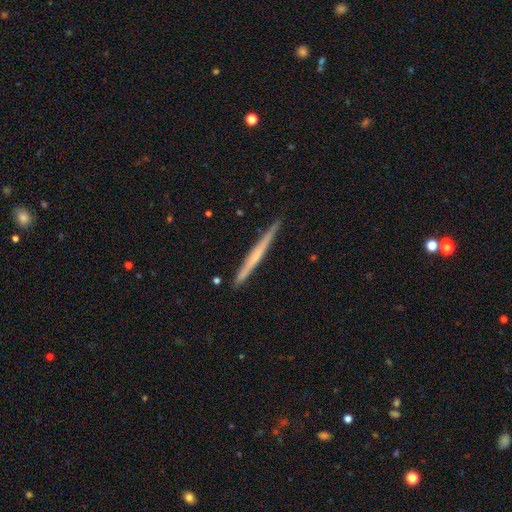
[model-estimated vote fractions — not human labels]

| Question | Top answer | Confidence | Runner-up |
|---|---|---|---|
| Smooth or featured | featured or disk | 55% | smooth (40%) |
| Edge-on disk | yes | 98% | no (2%) |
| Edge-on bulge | none | 73% | rounded (20%) |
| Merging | none | 91% | minor disturbance (7%) |